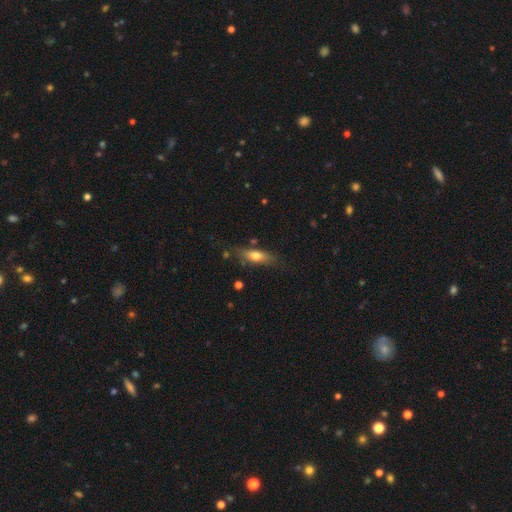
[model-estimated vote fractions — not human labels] This appears to be a smooth galaxy with no disk features (65%) that is in between round and cigar-shaped (54%). Merging: none (72%).